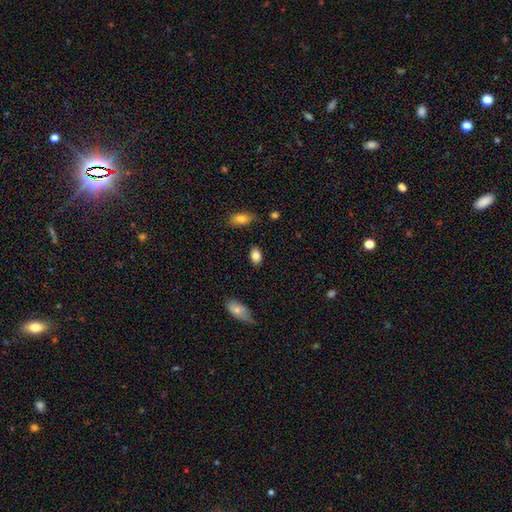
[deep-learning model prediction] Smooth or featured? smooth (84%)
How rounded? in between (87%)
Merging? none (85%)